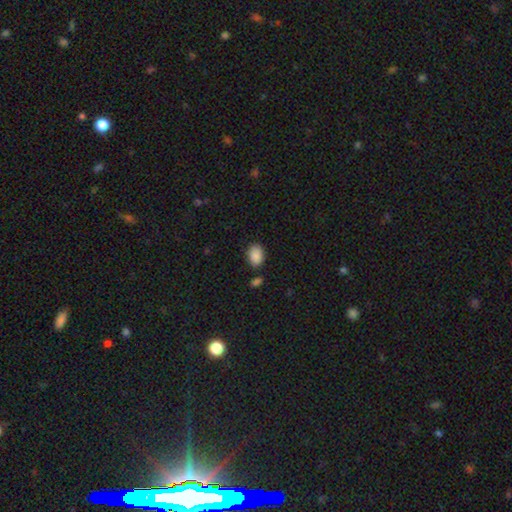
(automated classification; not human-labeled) Q: Smooth or featured?
A: smooth (89%); runner-up: star or artifact (8%)
Q: How rounded?
A: in between (83%); runner-up: round (16%)
Q: Merging?
A: none (80%); runner-up: minor disturbance (12%)